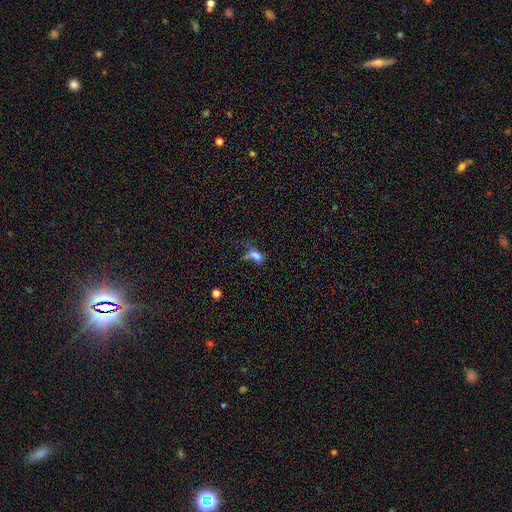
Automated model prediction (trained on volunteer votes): smooth-or-featured: smooth: 65% | star or artifact: 18% | featured or disk: 16%
  how-rounded: in between: 76% | round: 15% | cigar-shaped: 9%
  merging: major disturbance: 34% | none: 26% | merger: 21% | minor disturbance: 19%